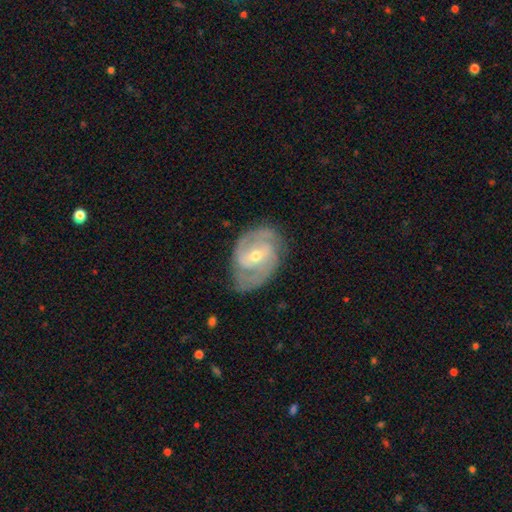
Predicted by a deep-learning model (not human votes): The model was most divided on "bulge size": moderate: 50%, small: 47%, large: 1%, none: 1%, dominant: 1%. Remaining: edge-on disk — no (97%); spiral arms — yes (96%); smooth or featured — featured or disk (88%); merging — none (75%); spiral arm count — 2 (72%); spiral winding — tight (48%); bar — weak (47%).